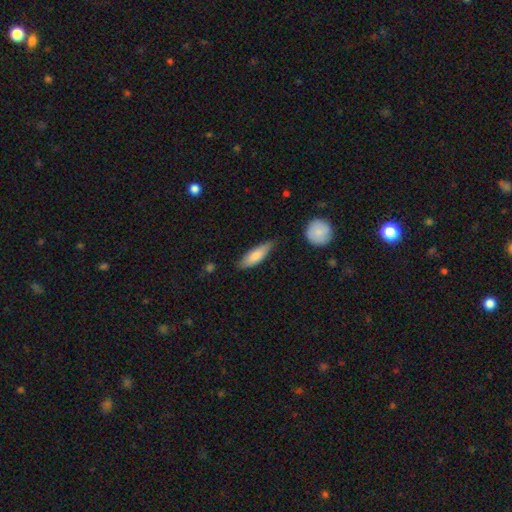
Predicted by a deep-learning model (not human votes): smooth 77%, featured or disk 17%, star or artifact 6%. Down the decision tree: how rounded — in between (51%); merging — none (73%).